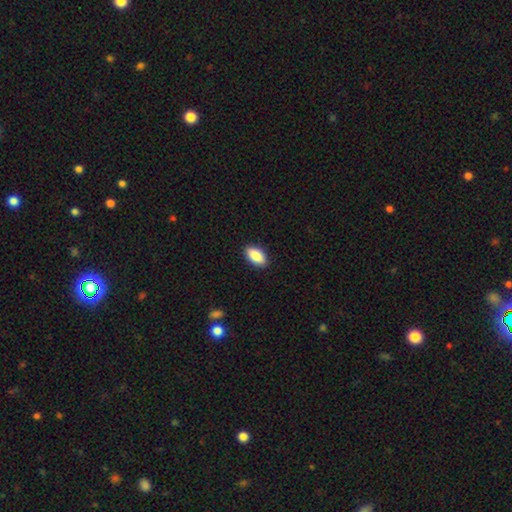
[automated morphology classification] Smooth or featured? smooth (87%)
How rounded? in between (93%)
Merging? none (90%)